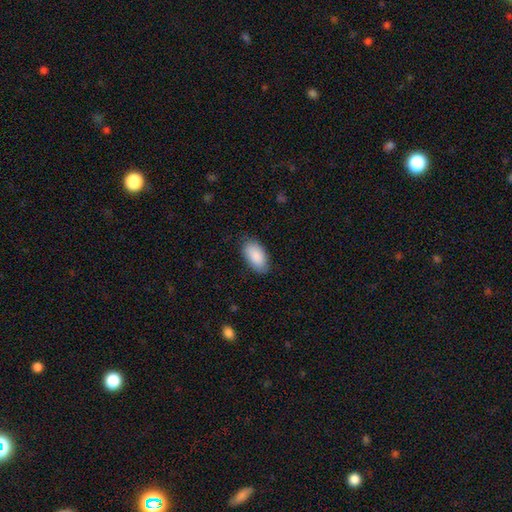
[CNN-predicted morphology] Overall: smooth (88%). How rounded: in between (95%). Merging: none (81%).